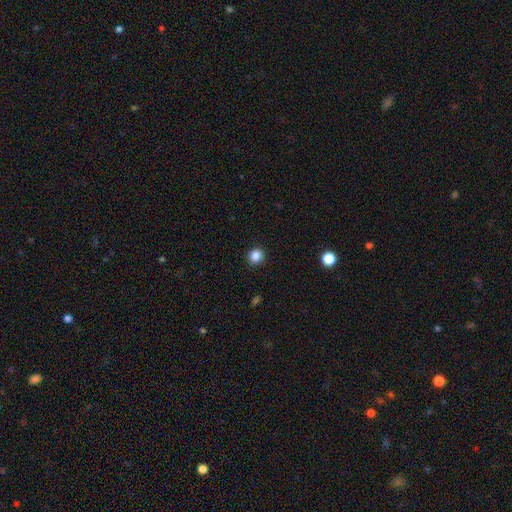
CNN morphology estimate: Smooth or featured: smooth — 86% (star or artifact — 11%)
How rounded: round — 90% (in between — 9%)
Merging: none — 92% (minor disturbance — 6%)